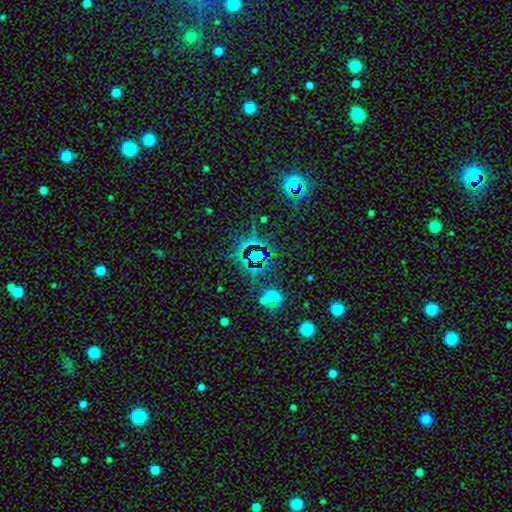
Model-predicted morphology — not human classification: type=star or artifact (78%).